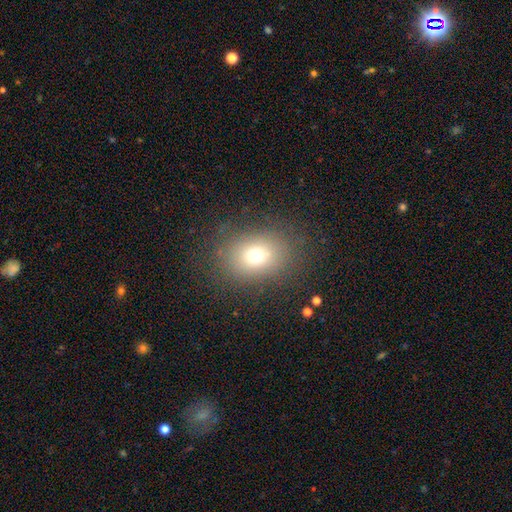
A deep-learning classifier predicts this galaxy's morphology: type=smooth (70%); roundness=in between (52%); merging=none (80%).